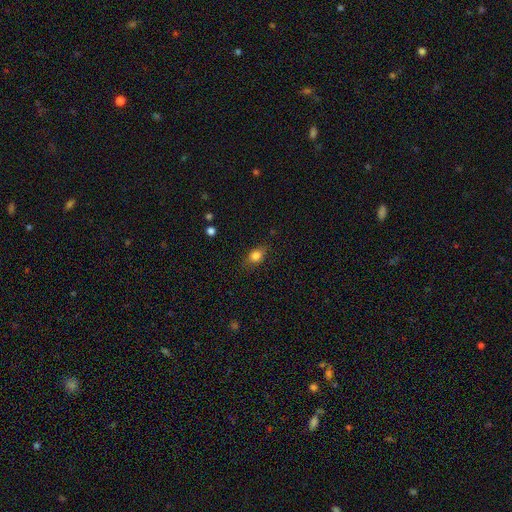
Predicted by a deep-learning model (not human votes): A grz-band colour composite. It shows a smooth galaxy with no disk features (82%) that is in between round and cigar-shaped (68%). Merging: none (79%).